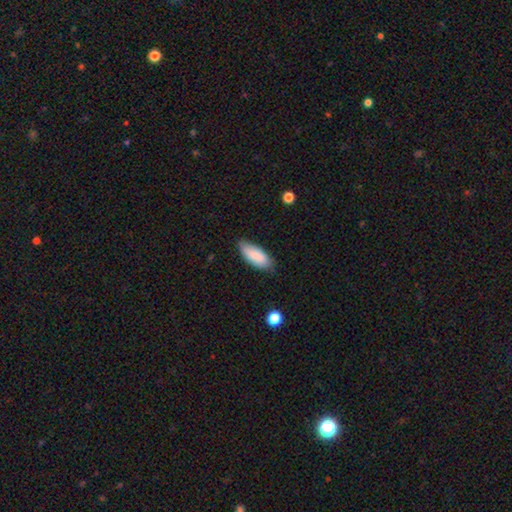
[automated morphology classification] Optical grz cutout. It shows a smooth galaxy with no disk features (85%) that is in between round and cigar-shaped (79%). Merging: none (78%).